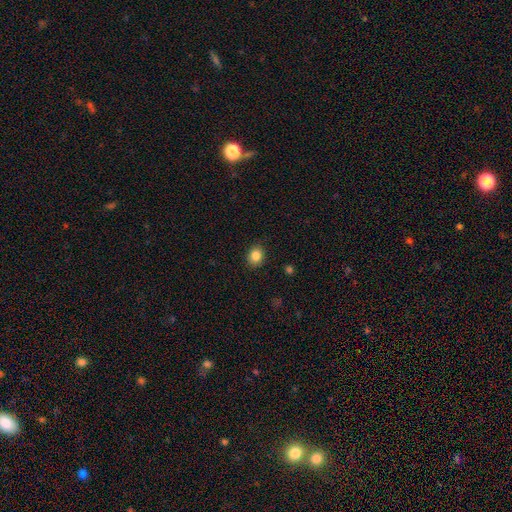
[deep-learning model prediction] Smooth or featured? Predicted: smooth (p=0.85). How rounded? Predicted: round (p=0.60). Merging? Predicted: none (p=0.88).